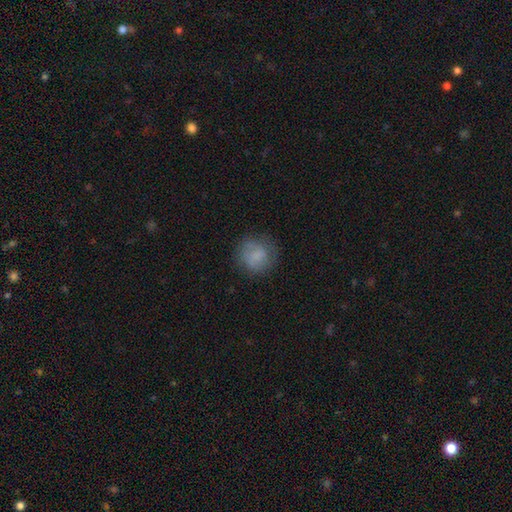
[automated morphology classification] smooth_or_featured: smooth (p=0.75) [alt: featured or disk p=0.16]
how_rounded: round (p=0.86) [alt: in between p=0.13]
merging: none (p=0.72) [alt: minor disturbance p=0.18]